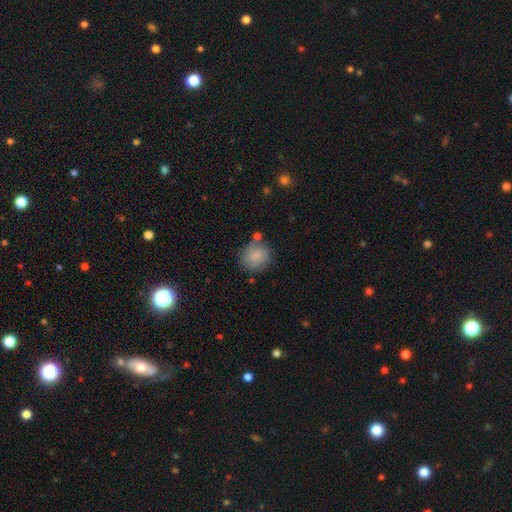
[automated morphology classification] Smooth or featured? Predicted: smooth (p=0.81). How rounded? Predicted: round (p=0.83). Merging? Predicted: none (p=0.66).